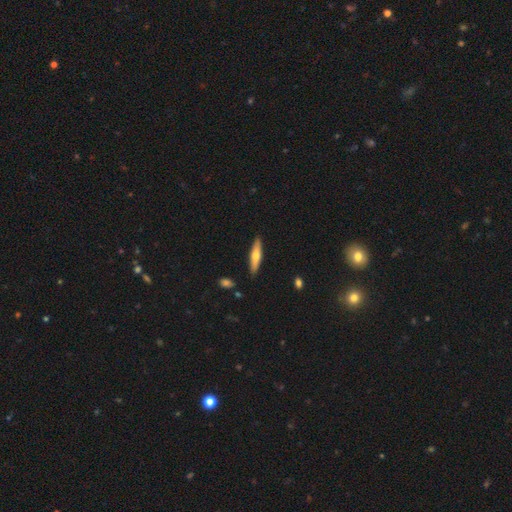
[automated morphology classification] This appears to be a smooth galaxy with no disk features (53%) that is cigar-shaped (80%). Merging: none (89%).